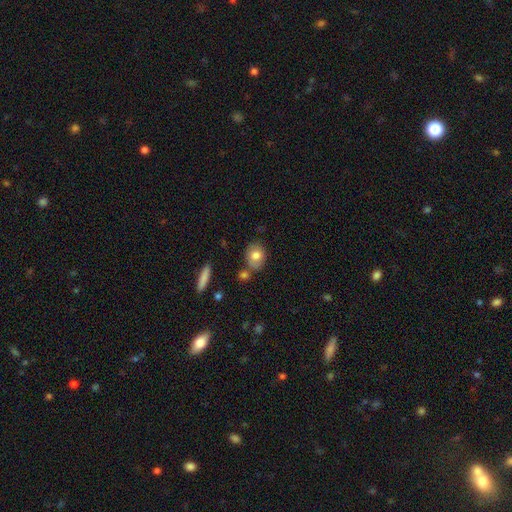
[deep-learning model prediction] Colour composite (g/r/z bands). It shows a smooth galaxy with no disk features (78%) that is in between round and cigar-shaped (56%). Merging: none (70%).